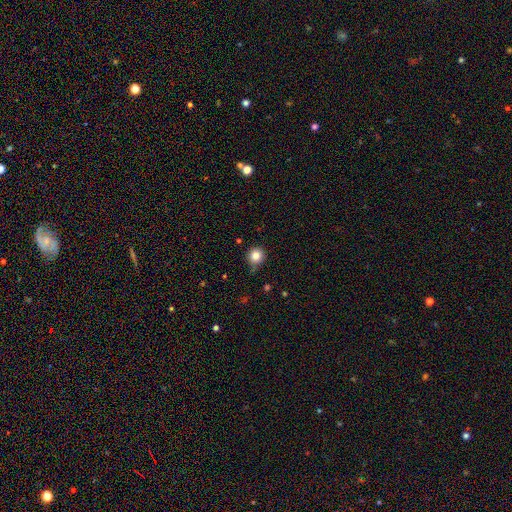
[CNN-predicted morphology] This is clearly a smooth galaxy (83%). How rounded: clearly round (93%). Merging: likely none (77%).